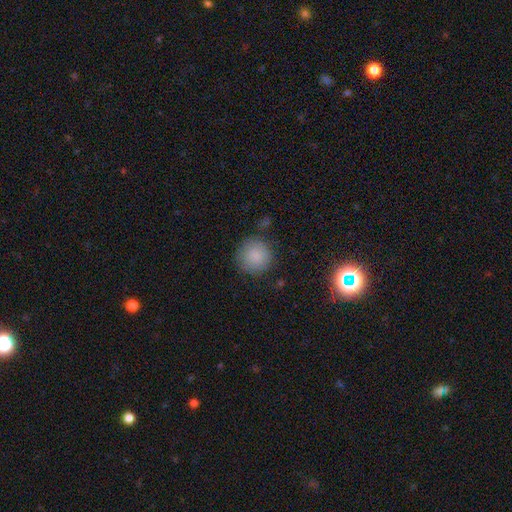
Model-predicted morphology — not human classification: Smooth or featured: smooth — 85% (star or artifact — 8%)
How rounded: round — 94% (in between — 5%)
Merging: none — 81% (minor disturbance — 12%)